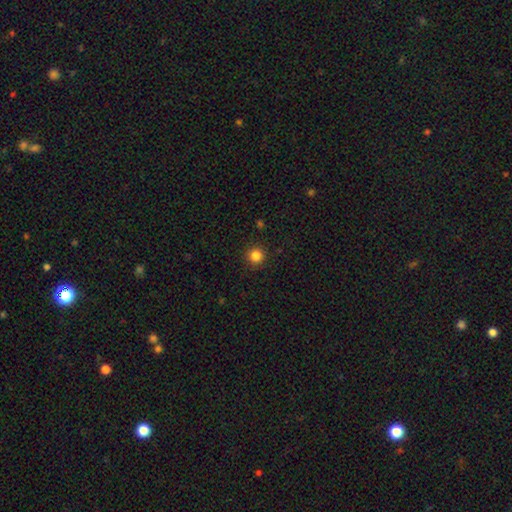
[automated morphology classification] This is clearly a smooth galaxy (84%). How rounded: clearly round (95%). Merging: clearly none (92%).